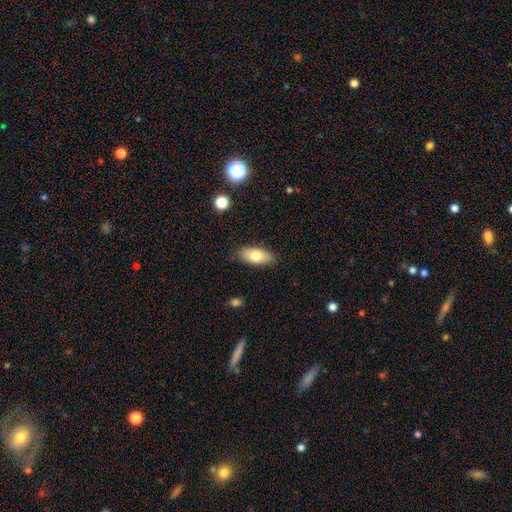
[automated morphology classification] A smooth galaxy with no disk features (76%) that is in between round and cigar-shaped (89%). Merging: none (86%).